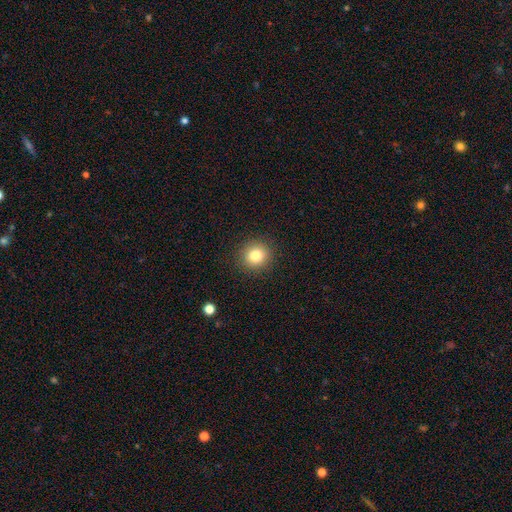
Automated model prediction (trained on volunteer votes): A smooth galaxy with no disk features (82%) that is round (92%). Merging: none (91%).